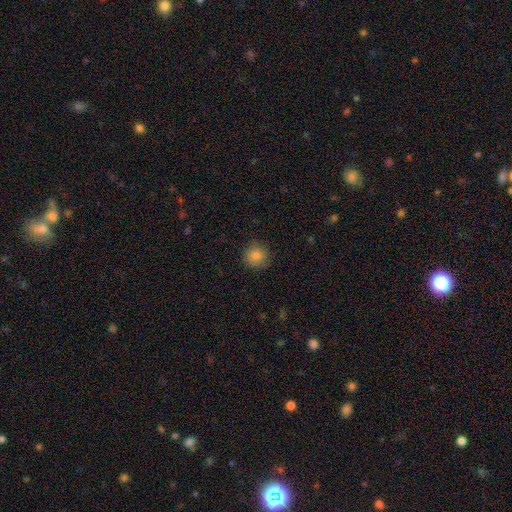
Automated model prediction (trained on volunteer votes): Smooth or featured?
  - smooth: 85% *
  - star or artifact: 10%
  - featured or disk: 5%
How rounded?
  - round: 93% *
  - in between: 6%
  - cigar-shaped: 1%
Merging?
  - none: 86% *
  - minor disturbance: 10%
  - major disturbance: 3%
  - merger: 1%